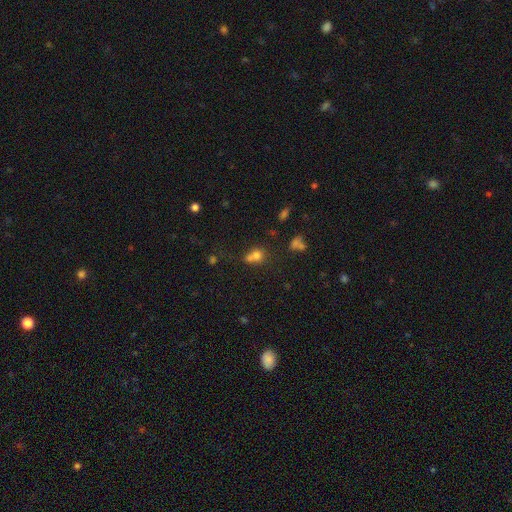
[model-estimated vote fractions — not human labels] smooth_or_featured: smooth (p=0.71) [alt: star or artifact p=0.16]
how_rounded: round (p=0.58) [alt: in between p=0.39]
merging: merger (p=0.48) [alt: none p=0.31]